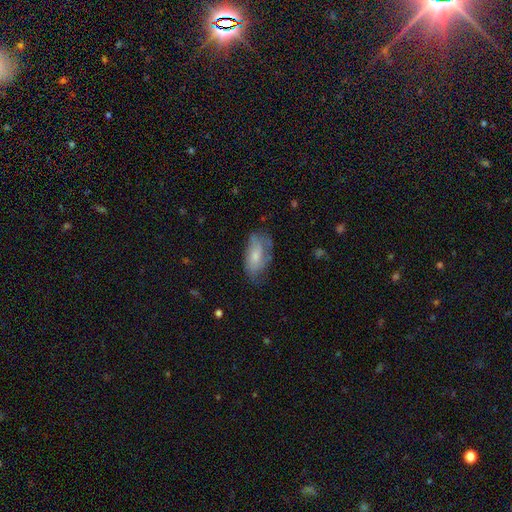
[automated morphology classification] Smooth or featured? Predicted: smooth (p=0.58). How rounded? Predicted: in between (p=0.90). Merging? Predicted: none (p=0.51).